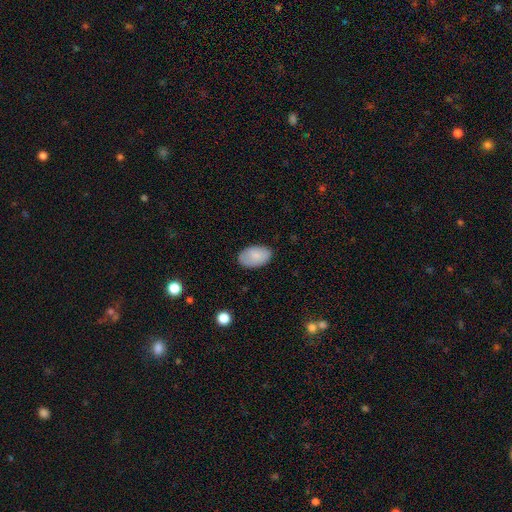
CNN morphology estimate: Smooth or featured?
  - smooth: 84% *
  - featured or disk: 10%
  - star or artifact: 7%
How rounded?
  - in between: 92% *
  - round: 6%
  - cigar-shaped: 1%
Merging?
  - none: 82% *
  - minor disturbance: 14%
  - major disturbance: 3%
  - merger: 1%